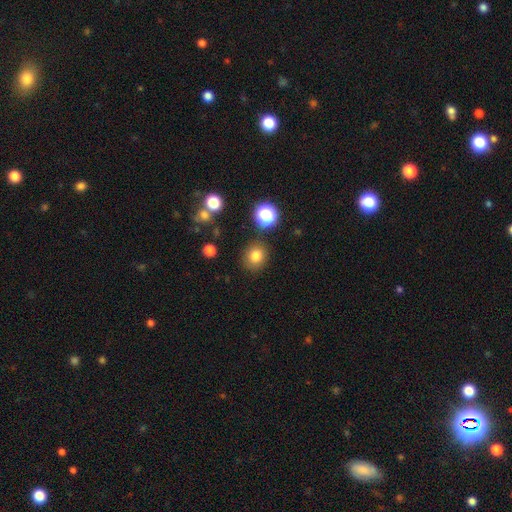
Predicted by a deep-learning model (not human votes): Morphology: type=smooth (79%); roundness=round (82%); merging=none (85%).